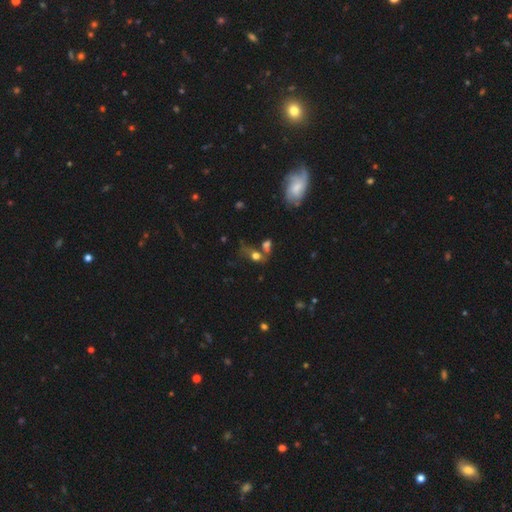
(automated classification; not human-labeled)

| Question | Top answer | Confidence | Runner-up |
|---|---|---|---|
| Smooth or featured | smooth | 59% | featured or disk (21%) |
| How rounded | in between | 55% | round (40%) |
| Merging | merger | 38% | none (33%) |